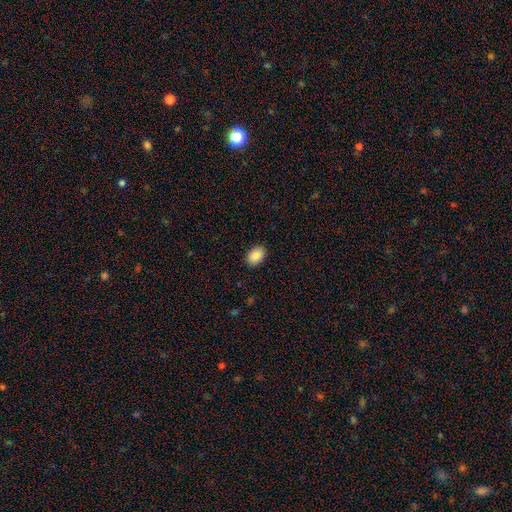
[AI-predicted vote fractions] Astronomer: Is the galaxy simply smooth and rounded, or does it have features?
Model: smooth — 89%.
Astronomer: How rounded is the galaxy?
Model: in between — 84%.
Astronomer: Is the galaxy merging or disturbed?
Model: none — 89%.